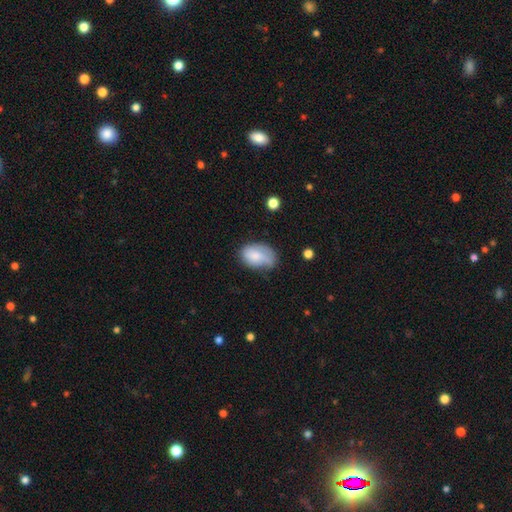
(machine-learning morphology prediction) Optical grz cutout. It shows a smooth galaxy with no disk features (65%) that is in between round and cigar-shaped (87%). Merging: none (44%).